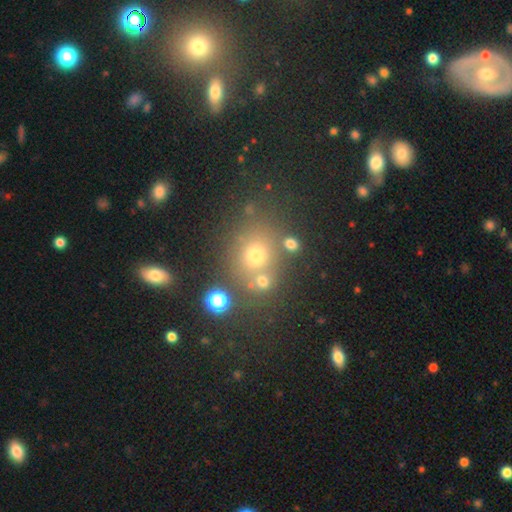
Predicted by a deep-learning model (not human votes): Q: Smooth or featured?
A: smooth (59%); runner-up: star or artifact (28%)
Q: How rounded?
A: round (74%); runner-up: in between (25%)
Q: Merging?
A: none (67%); runner-up: merger (18%)